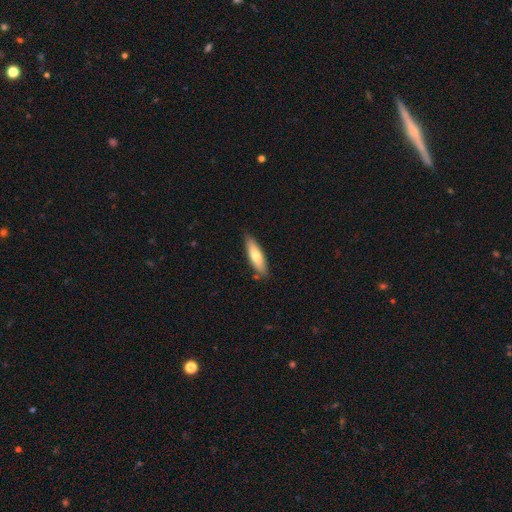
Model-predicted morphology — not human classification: This is likely a smooth galaxy (68%). How rounded: possibly cigar-shaped (57%). Merging: clearly none (84%).